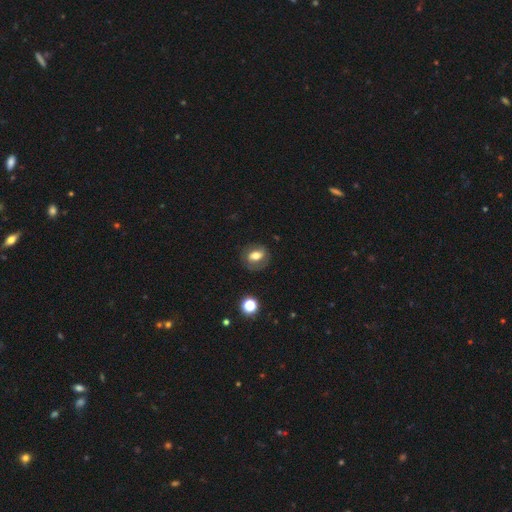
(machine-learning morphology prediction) The model was most divided on "how rounded": in between: 61%, round: 37%, cigar-shaped: 2%. More confident: merging — none (76%); smooth or featured — smooth (60%).